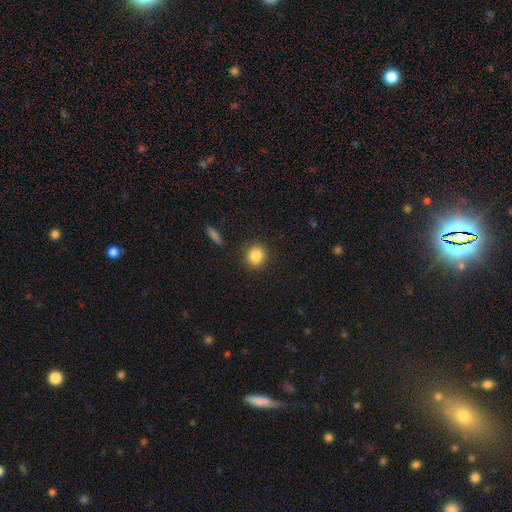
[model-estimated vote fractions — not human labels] Morphology: type=smooth (86%); roundness=round (88%); merging=none (89%).